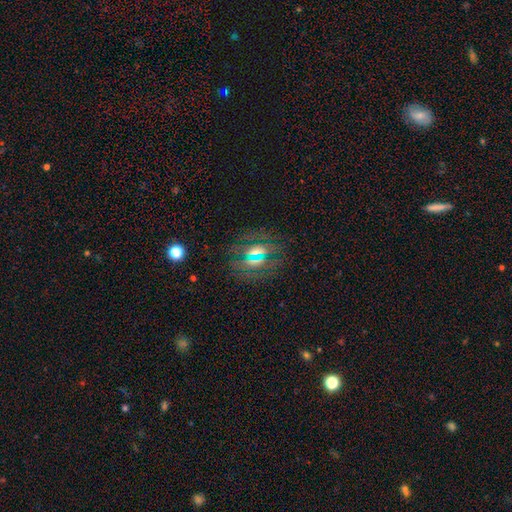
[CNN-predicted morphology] smooth 39%, star or artifact 32%, featured or disk 29%. Down the decision tree: merging — none (78%).